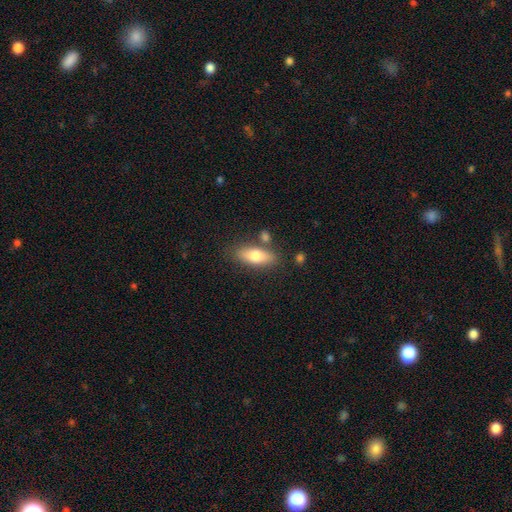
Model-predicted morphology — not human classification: Smooth or featured?
  - smooth: 73% *
  - featured or disk: 20%
  - star or artifact: 6%
How rounded?
  - in between: 76% *
  - cigar-shaped: 21%
  - round: 4%
Merging?
  - none: 75% *
  - minor disturbance: 13%
  - merger: 8%
  - major disturbance: 3%